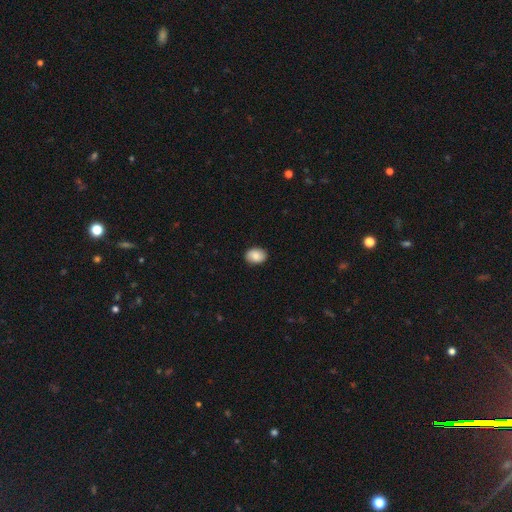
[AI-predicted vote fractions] smooth 84%, featured or disk 9%, star or artifact 7%. Down the decision tree: how rounded — in between (66%); merging — none (88%).